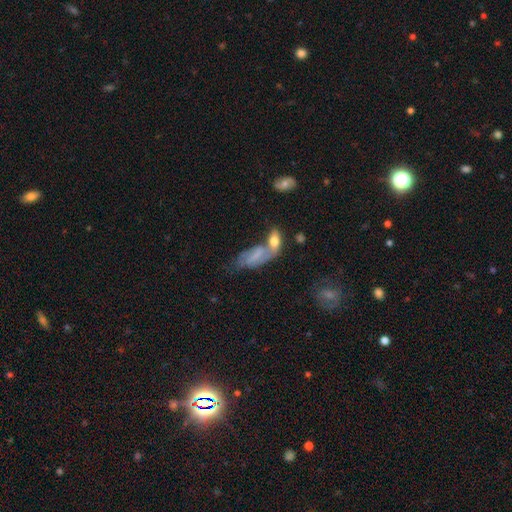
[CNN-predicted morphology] A featured or disk galaxy (47%). Merging: merger (39%).